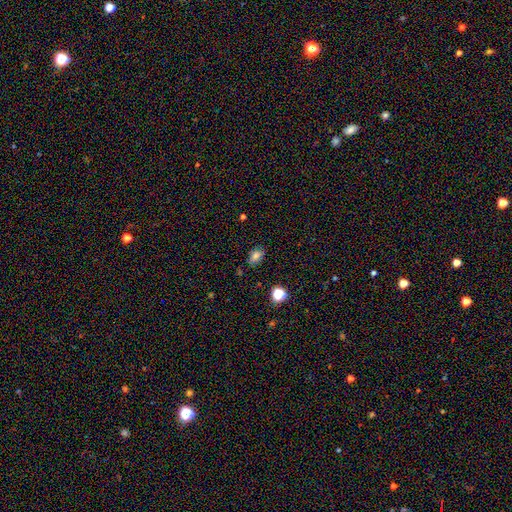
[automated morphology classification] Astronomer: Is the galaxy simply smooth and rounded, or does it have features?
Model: smooth — 74%.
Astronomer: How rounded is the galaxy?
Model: in between — 77%.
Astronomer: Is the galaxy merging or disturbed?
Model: none — 78%.